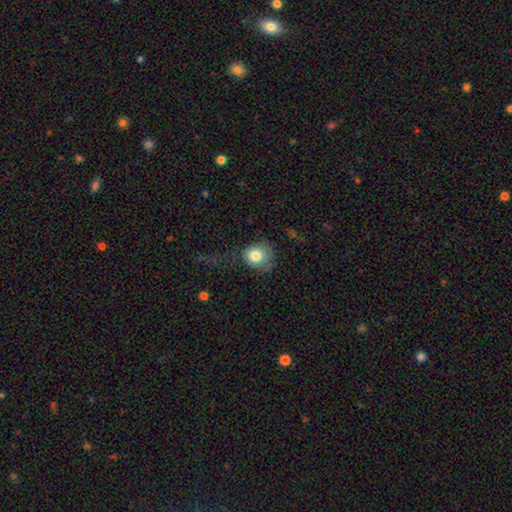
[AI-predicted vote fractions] smooth 79%, featured or disk 12%, star or artifact 9%. Down the decision tree: how rounded — round (71%); merging — none (44%).